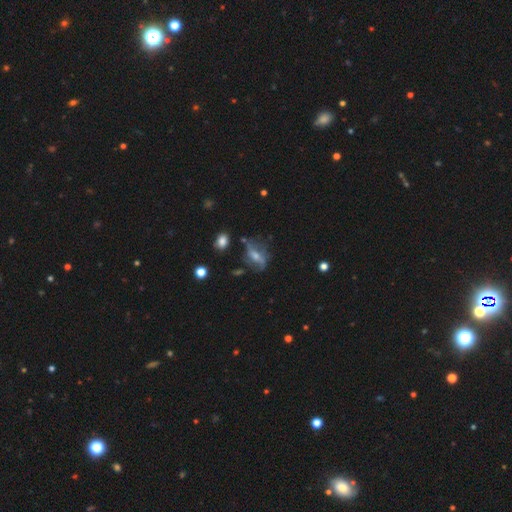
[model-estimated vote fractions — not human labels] smooth_or_featured: featured or disk (p=0.63) [alt: smooth p=0.27]
disk_edge_on: no (p=0.85) [alt: yes p=0.15]
bar: weak (p=0.36) [alt: strong p=0.33]
has_spiral_arms: yes (p=0.70) [alt: no p=0.30]
bulge_size: moderate (p=0.46) [alt: small p=0.40]
merging: none (p=0.54) [alt: minor disturbance p=0.25]